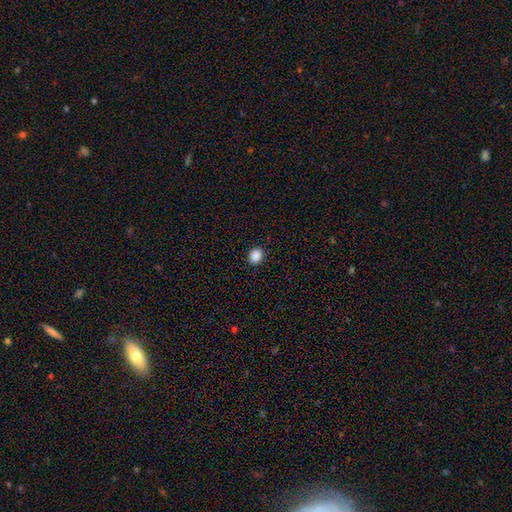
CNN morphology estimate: This appears to be a smooth galaxy with no disk features (88%) that is round (65%). Merging: none (91%).